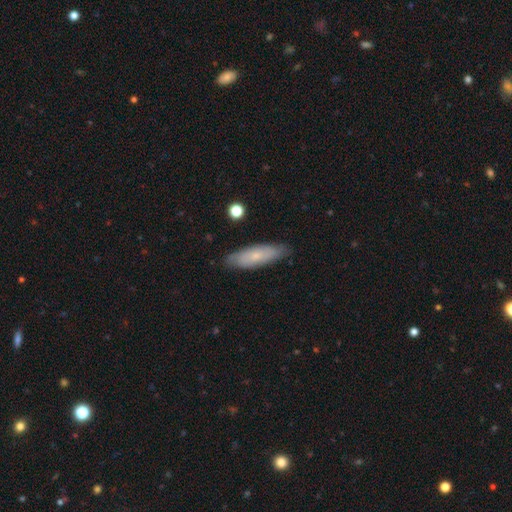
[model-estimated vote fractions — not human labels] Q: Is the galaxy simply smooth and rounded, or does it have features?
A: smooth — 63%.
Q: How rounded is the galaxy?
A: cigar-shaped — 53%.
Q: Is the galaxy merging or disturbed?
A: none — 83%.